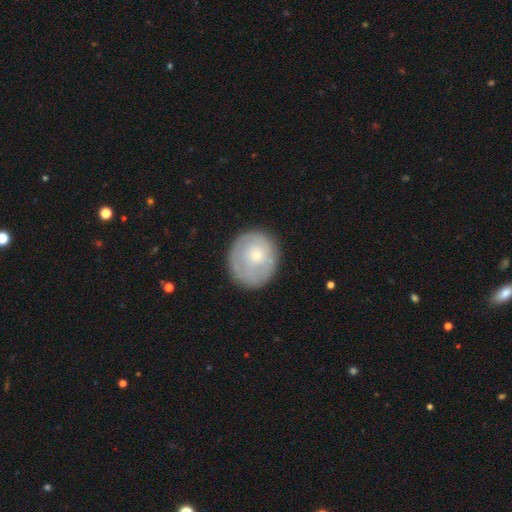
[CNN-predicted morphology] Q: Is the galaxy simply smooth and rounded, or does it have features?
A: smooth — 57%.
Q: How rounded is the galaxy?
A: round — 81%.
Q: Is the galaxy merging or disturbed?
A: none — 75%.